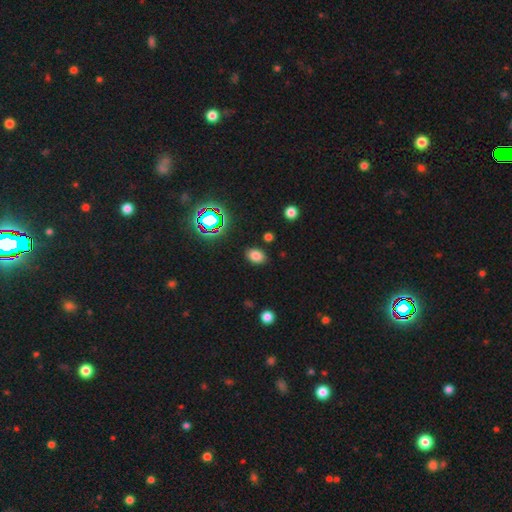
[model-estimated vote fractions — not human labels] Q: Smooth or featured?
A: smooth (77%); runner-up: star or artifact (17%)
Q: How rounded?
A: in between (79%); runner-up: round (20%)
Q: Merging?
A: none (86%); runner-up: minor disturbance (9%)